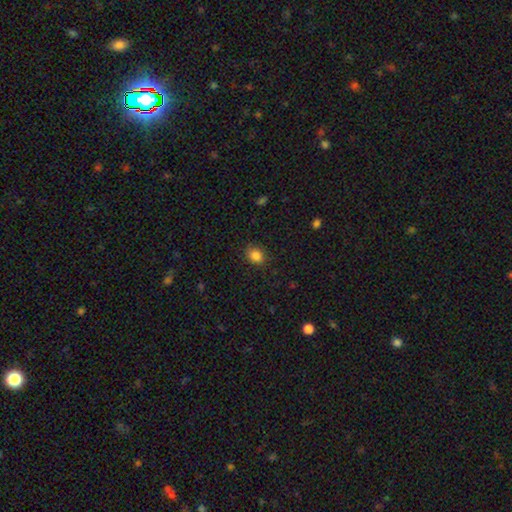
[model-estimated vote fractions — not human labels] Smooth or featured? Predicted: smooth (p=0.86). How rounded? Predicted: round (p=0.50). Merging? Predicted: none (p=0.85).